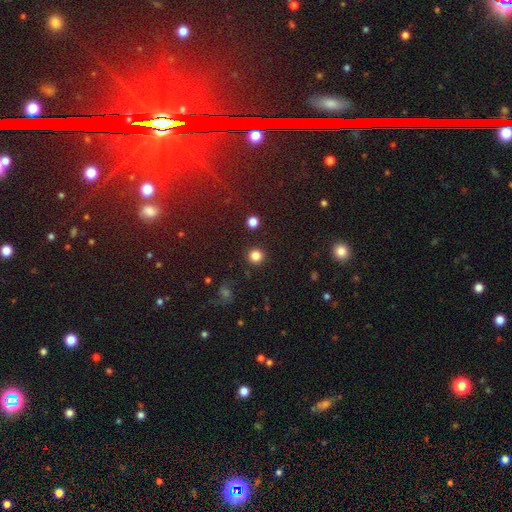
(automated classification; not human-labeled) smooth 83%, star or artifact 13%, featured or disk 4%. Down the decision tree: how rounded — round (94%); merging — none (92%).